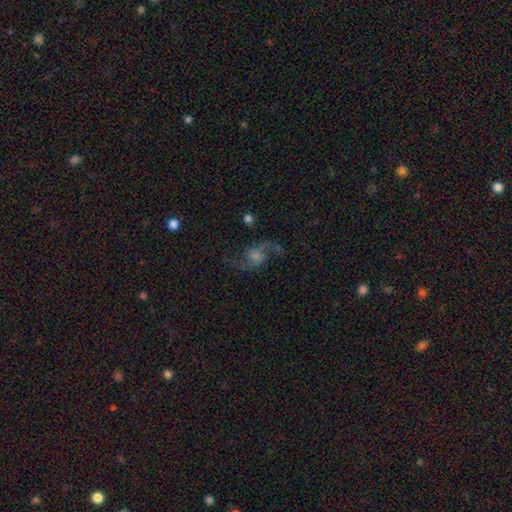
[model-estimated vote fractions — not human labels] A featured or disk galaxy (86%) with no bar (57%), 2 (94%) loose (74%) spiral arms (97%) and a moderate central bulge (36%).

Vote fractions:
- Smooth or featured? featured or disk: 86% / star or artifact: 8% / smooth: 6%
- Edge-on disk? no: 97% / yes: 3%
- Bar? no: 57% / weak: 36% / strong: 7%
- Spiral arms? yes: 97% / no: 3%
- Spiral winding? loose: 74% / medium: 23% / tight: 4%
- Spiral arm count? 2: 94% / 1: 2% / can't tell: 2% / 3: 1% / 4: 1% / more than 4: 1%
- Bulge size? moderate: 36% / small: 32% / none: 18% / large: 11% / dominant: 2%
- Merging? none: 77% / minor disturbance: 13% / major disturbance: 9% / merger: 2%